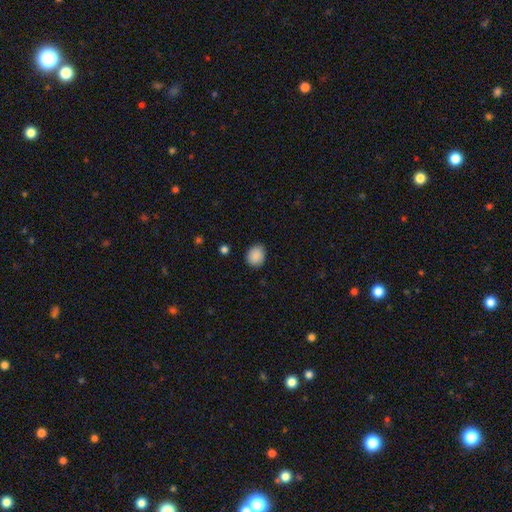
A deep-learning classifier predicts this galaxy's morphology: This is clearly a smooth galaxy (89%). How rounded: likely round (61%). Merging: clearly none (85%).